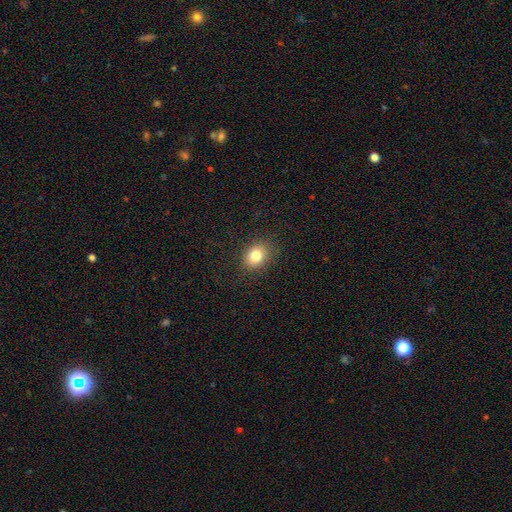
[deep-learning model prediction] Smooth or featured: smooth — 82% (star or artifact — 10%)
How rounded: in between — 56% (round — 43%)
Merging: none — 86% (minor disturbance — 10%)